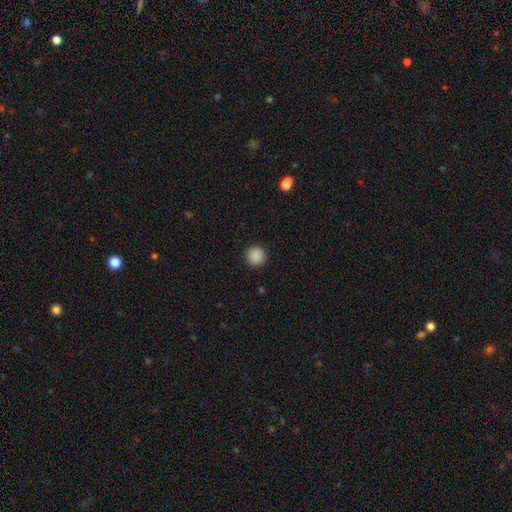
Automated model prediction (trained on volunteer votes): Smooth or featured?
  - smooth: 89% *
  - star or artifact: 9%
  - featured or disk: 2%
How rounded?
  - round: 96% *
  - in between: 3%
  - cigar-shaped: 1%
Merging?
  - none: 93% *
  - minor disturbance: 4%
  - major disturbance: 2%
  - merger: 1%